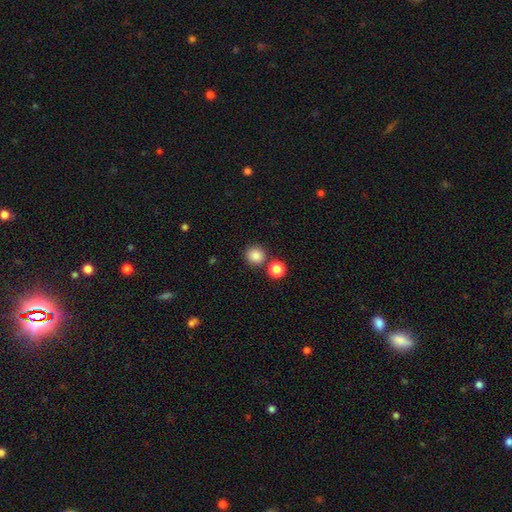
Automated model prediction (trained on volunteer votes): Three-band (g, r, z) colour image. It shows a smooth galaxy with no disk features (85%) that is round (93%). Merging: none (80%).